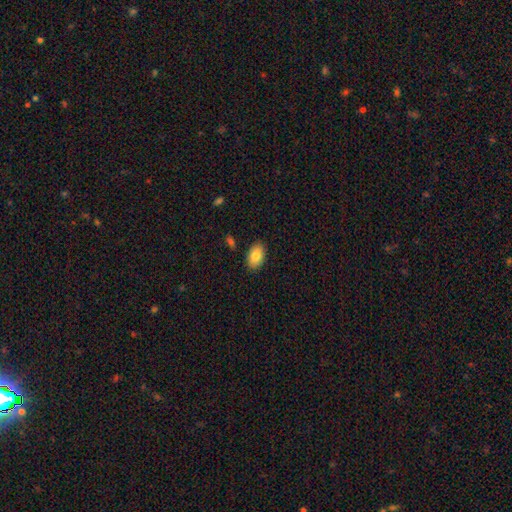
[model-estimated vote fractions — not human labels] Q: Smooth or featured?
A: smooth (86%); runner-up: featured or disk (8%)
Q: How rounded?
A: in between (92%); runner-up: round (6%)
Q: Merging?
A: none (87%); runner-up: minor disturbance (9%)